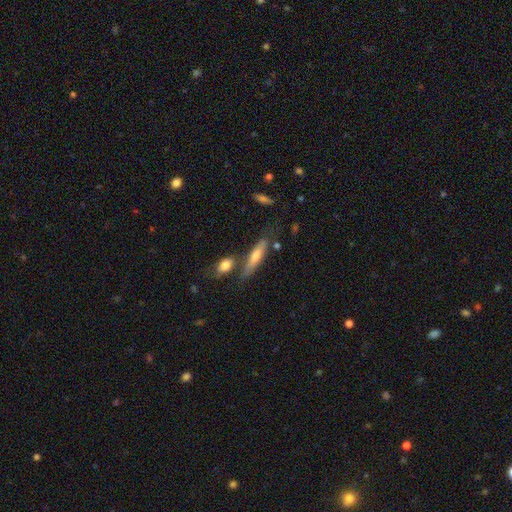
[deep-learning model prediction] smooth_or_featured: smooth (p=0.49) [alt: featured or disk p=0.44]
merging: none (p=0.67) [alt: minor disturbance p=0.15]